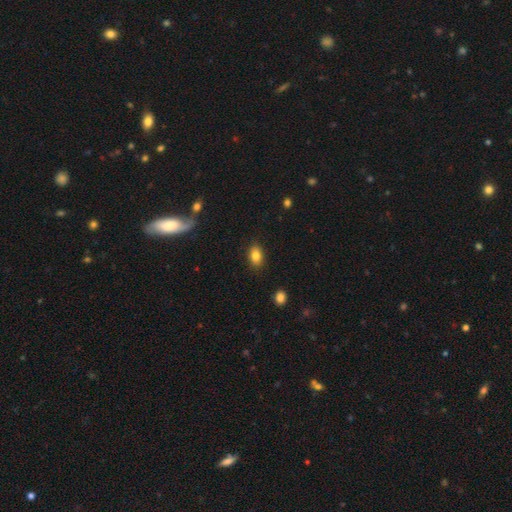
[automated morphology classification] A smooth galaxy with no disk features (83%) that is in between round and cigar-shaped (83%). Merging: none (87%).